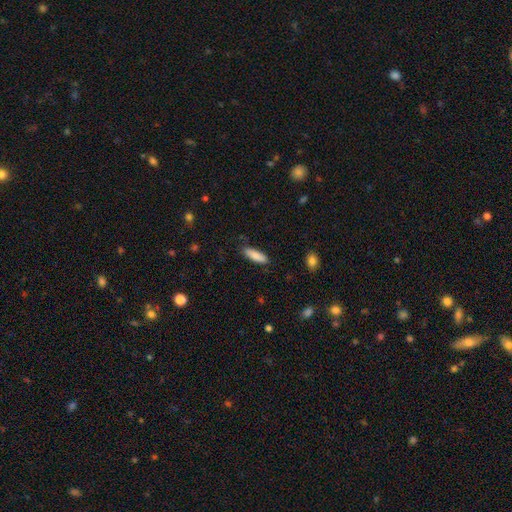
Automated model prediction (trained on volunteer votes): smooth_or_featured: smooth (p=0.86) [alt: featured or disk p=0.08]
how_rounded: cigar-shaped (p=0.57) [alt: in between p=0.41]
merging: none (p=0.85) [alt: minor disturbance p=0.11]